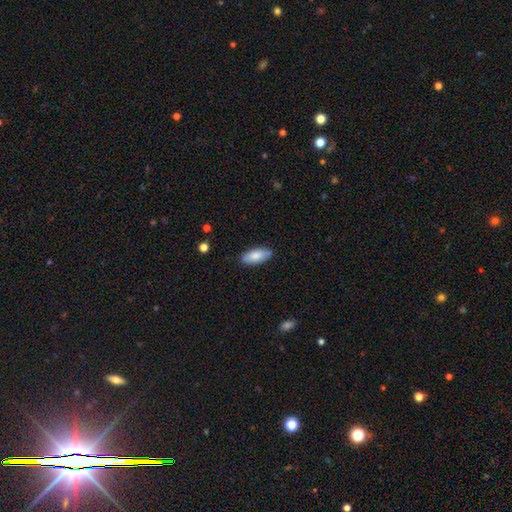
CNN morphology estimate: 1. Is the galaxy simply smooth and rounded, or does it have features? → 81% smooth, 13% featured or disk, 6% star or artifact.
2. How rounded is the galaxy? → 87% in between, 11% cigar-shaped, 2% round.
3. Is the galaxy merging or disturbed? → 83% none, 13% minor disturbance, 2% major disturbance, 2% merger.